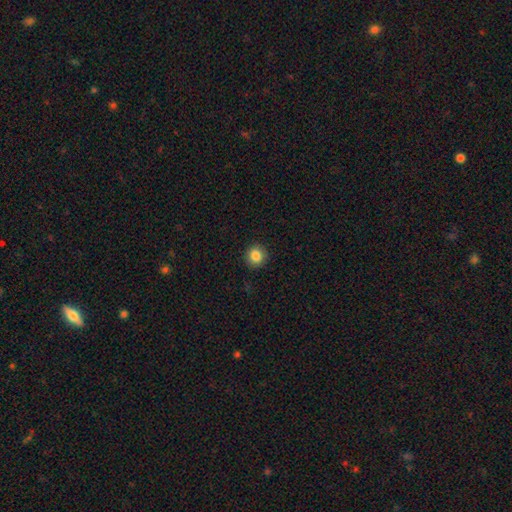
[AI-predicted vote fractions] Smooth or featured?
  - smooth: 85% *
  - star or artifact: 10%
  - featured or disk: 5%
How rounded?
  - round: 91% *
  - in between: 8%
  - cigar-shaped: 1%
Merging?
  - none: 91% *
  - minor disturbance: 6%
  - major disturbance: 2%
  - merger: 1%